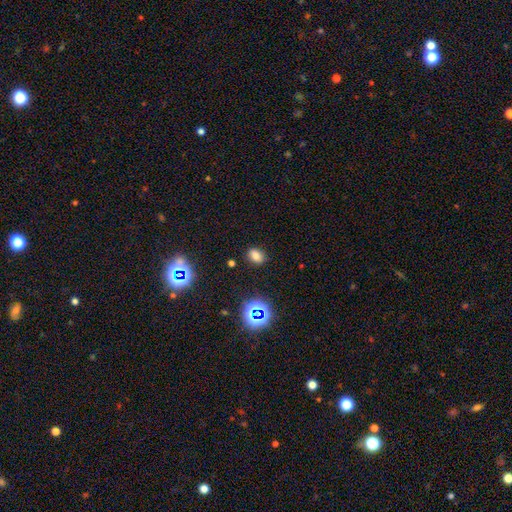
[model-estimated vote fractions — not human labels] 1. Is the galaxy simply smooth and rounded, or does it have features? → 73% smooth, 20% star or artifact, 8% featured or disk.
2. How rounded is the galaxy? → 65% in between, 34% round, 1% cigar-shaped.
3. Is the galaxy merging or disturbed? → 86% none, 10% minor disturbance, 3% major disturbance, 2% merger.